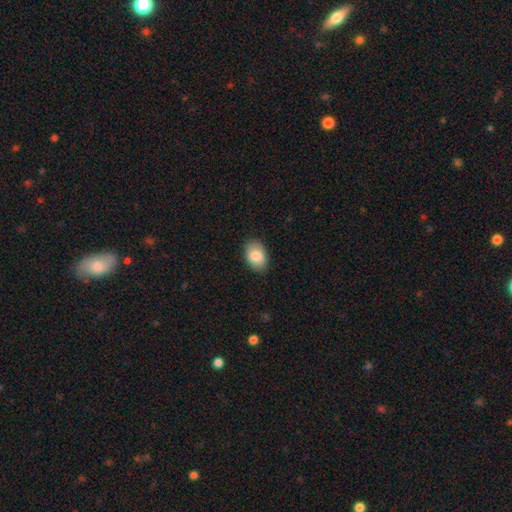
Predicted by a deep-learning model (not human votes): Morphology: type=smooth (85%); roundness=in between (88%); merging=none (85%).